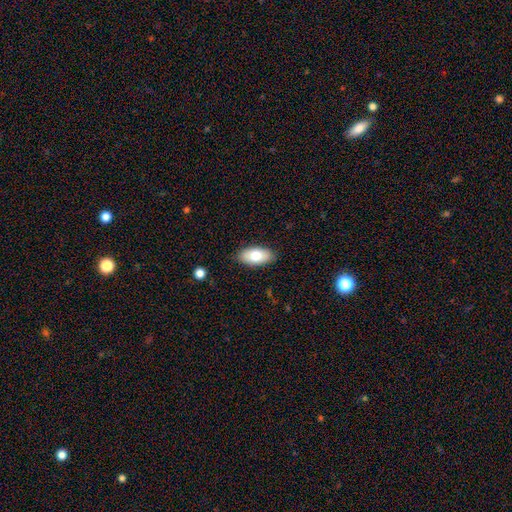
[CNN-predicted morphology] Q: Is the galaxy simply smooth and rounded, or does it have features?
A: smooth — 76%.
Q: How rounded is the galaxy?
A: in between — 92%.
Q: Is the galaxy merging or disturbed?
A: none — 86%.